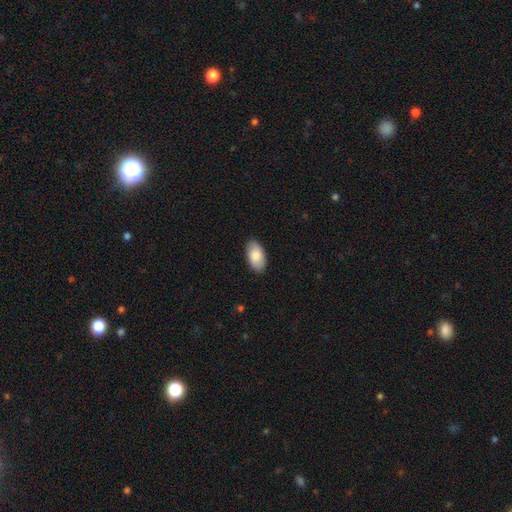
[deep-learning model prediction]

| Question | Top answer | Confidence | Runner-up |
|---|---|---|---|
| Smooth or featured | smooth | 85% | featured or disk (9%) |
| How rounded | in between | 95% | round (3%) |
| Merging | none | 88% | minor disturbance (9%) |